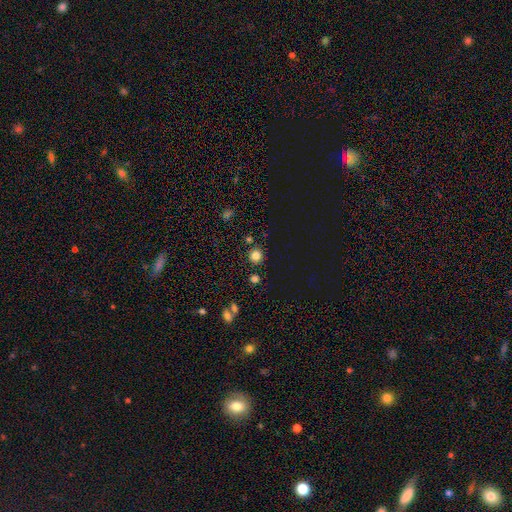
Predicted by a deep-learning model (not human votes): Smooth or featured? smooth (80%)
How rounded? round (93%)
Merging? none (87%)